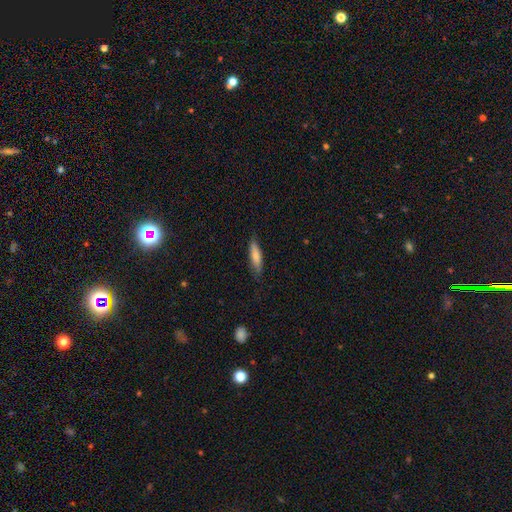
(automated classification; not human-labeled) A smooth galaxy with no disk features (78%) that is cigar-shaped (70%). Merging: none (80%).